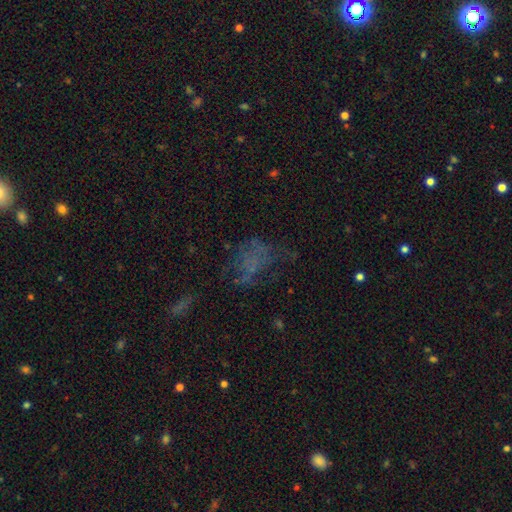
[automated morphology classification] The model was most divided on "smooth or featured": star or artifact: 38%, smooth: 37%, featured or disk: 25%.